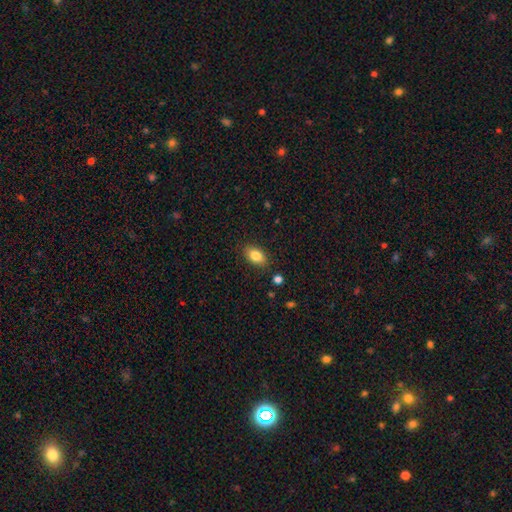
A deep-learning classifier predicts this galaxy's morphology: The model was most divided on "smooth or featured": smooth: 84%, star or artifact: 8%, featured or disk: 8%. More confident: how rounded — in between (88%); merging — none (86%).